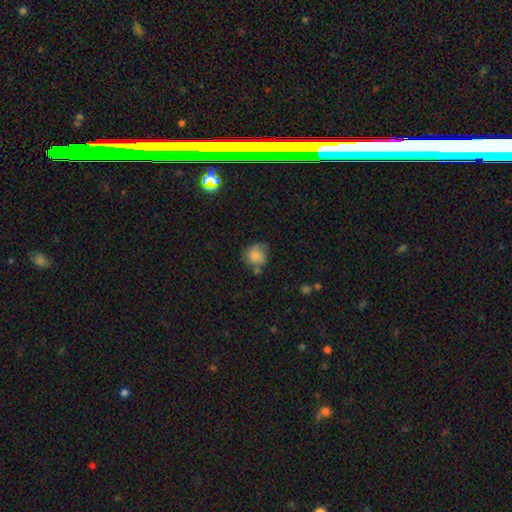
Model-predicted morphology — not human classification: Smooth or featured? smooth (76%)
How rounded? round (79%)
Merging? none (52%)